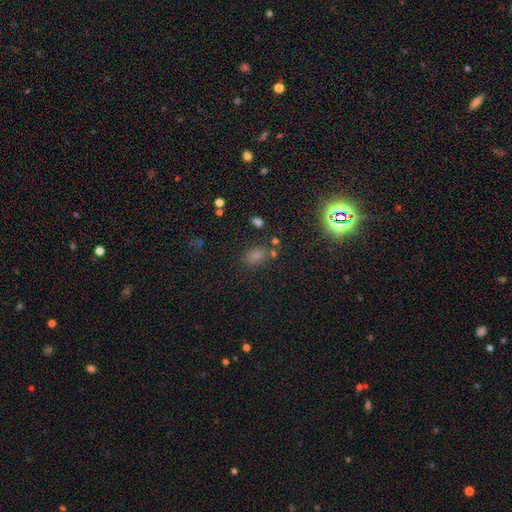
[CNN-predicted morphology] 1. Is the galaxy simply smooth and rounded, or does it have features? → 69% smooth, 24% star or artifact, 6% featured or disk.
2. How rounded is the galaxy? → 79% in between, 19% round, 2% cigar-shaped.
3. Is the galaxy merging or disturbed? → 72% none, 14% minor disturbance, 8% merger, 6% major disturbance.